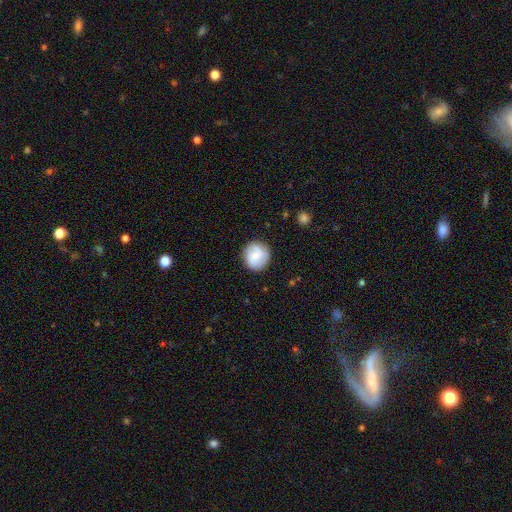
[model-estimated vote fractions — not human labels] Morphology: type=smooth (56%); roundness=round (87%); merging=none (83%).